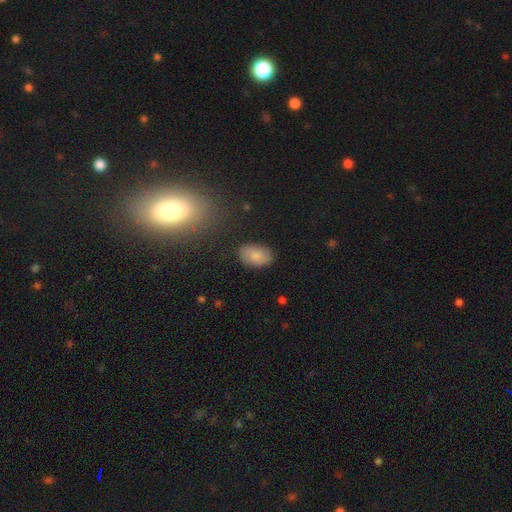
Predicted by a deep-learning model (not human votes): Smooth or featured? Predicted: smooth (p=0.82). How rounded? Predicted: in between (p=0.91). Merging? Predicted: none (p=0.83).